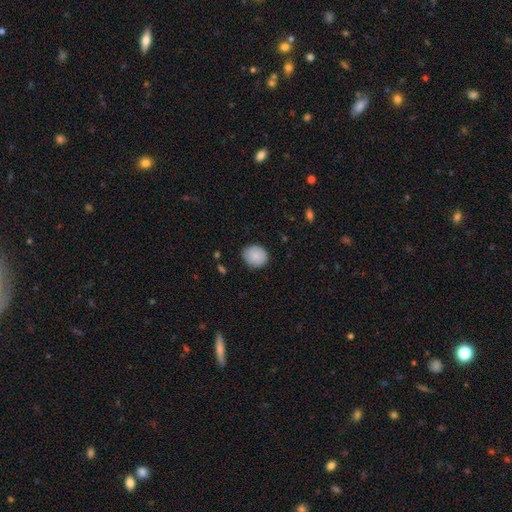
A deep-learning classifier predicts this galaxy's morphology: A smooth galaxy with no disk features (88%) that is round (77%).

Vote fractions:
- Smooth or featured? smooth: 88% / star or artifact: 7% / featured or disk: 5%
- How rounded? round: 77% / in between: 22% / cigar-shaped: 1%
- Merging? none: 85% / minor disturbance: 12% / major disturbance: 2% / merger: 1%